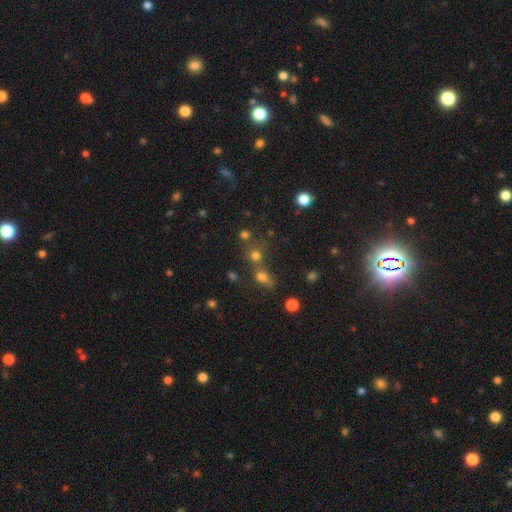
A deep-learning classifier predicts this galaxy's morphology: Smooth or featured? Predicted: smooth (p=0.64). How rounded? Predicted: round (p=0.84). Merging? Predicted: none (p=0.54).